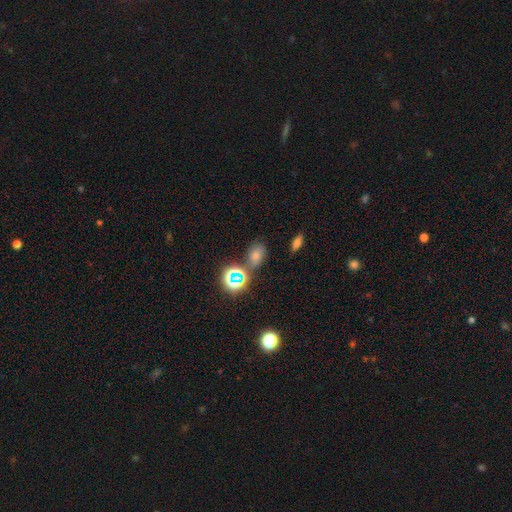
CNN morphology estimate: smooth 66%, star or artifact 25%, featured or disk 9%. Down the decision tree: how rounded — in between (76%); merging — none (70%).